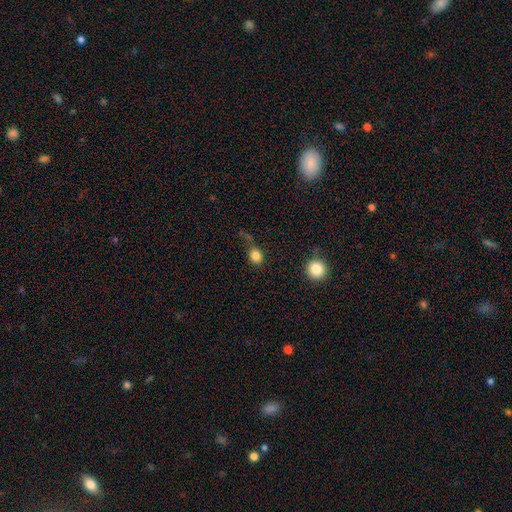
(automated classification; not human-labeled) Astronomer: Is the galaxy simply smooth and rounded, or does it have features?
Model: smooth — 83%.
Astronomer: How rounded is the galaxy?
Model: round — 65%.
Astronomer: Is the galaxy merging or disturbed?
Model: none — 63%.